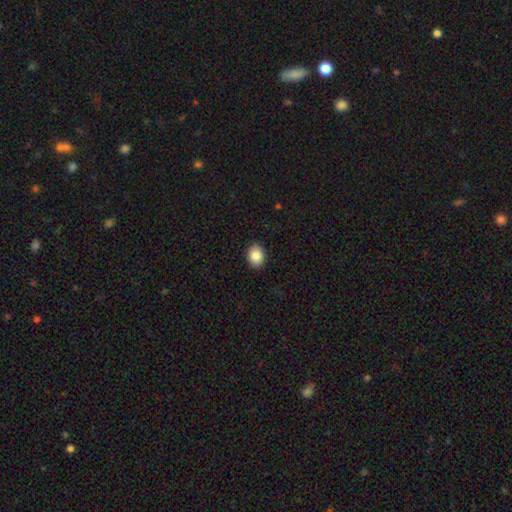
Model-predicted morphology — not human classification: Smooth or featured?
  - smooth: 86% *
  - star or artifact: 8%
  - featured or disk: 6%
How rounded?
  - in between: 66% *
  - round: 33%
  - cigar-shaped: 1%
Merging?
  - none: 91% *
  - minor disturbance: 7%
  - major disturbance: 2%
  - merger: 1%